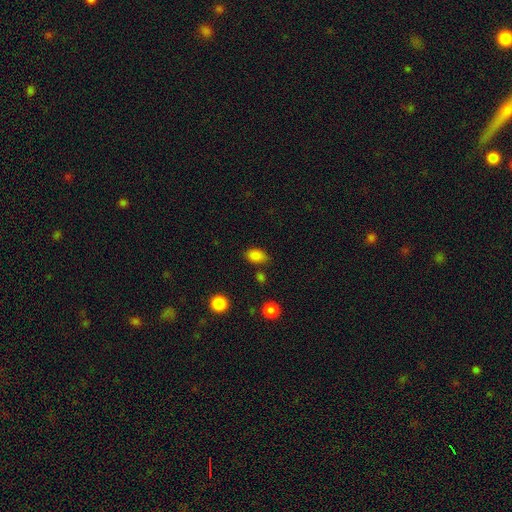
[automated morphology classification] Smooth or featured? smooth (84%)
How rounded? in between (81%)
Merging? none (75%)